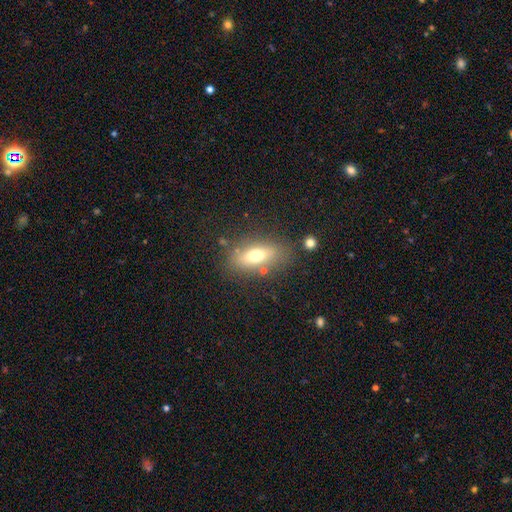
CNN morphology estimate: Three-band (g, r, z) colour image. It shows a smooth galaxy with no disk features (64%) that is in between round and cigar-shaped (74%). Merging: none (77%).